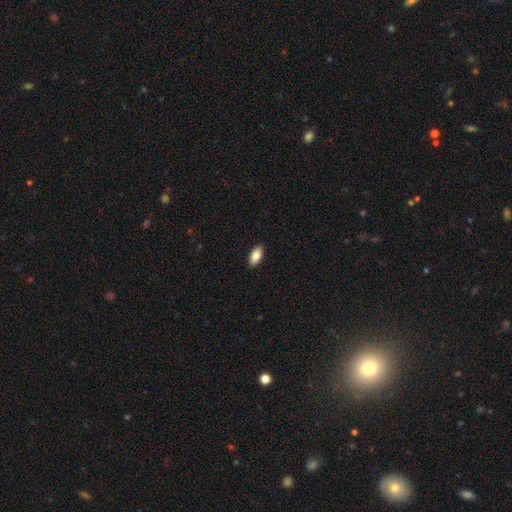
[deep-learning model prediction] Smooth or featured: smooth — 85% (featured or disk — 8%)
How rounded: in between — 92% (cigar-shaped — 6%)
Merging: none — 91% (minor disturbance — 7%)